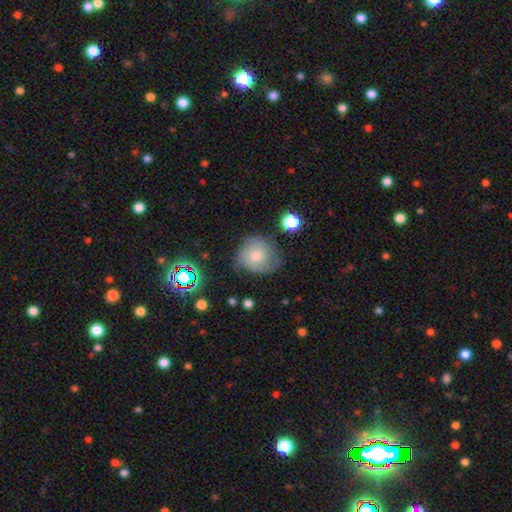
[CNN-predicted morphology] The model was most divided on "smooth or featured": smooth: 45%, featured or disk: 43%, star or artifact: 12%. More confident: merging — none (58%).